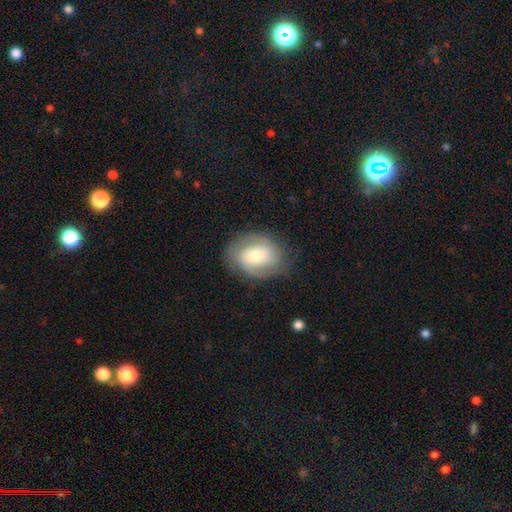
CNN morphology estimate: The model was most divided on "spiral winding": medium: 42%, tight: 41%, loose: 17%. Remaining: edge-on disk — no (96%); spiral arms — yes (84%); merging — none (76%); spiral arm count — 2 (71%); smooth or featured — featured or disk (63%); bulge size — moderate (59%); bar — no (44%).